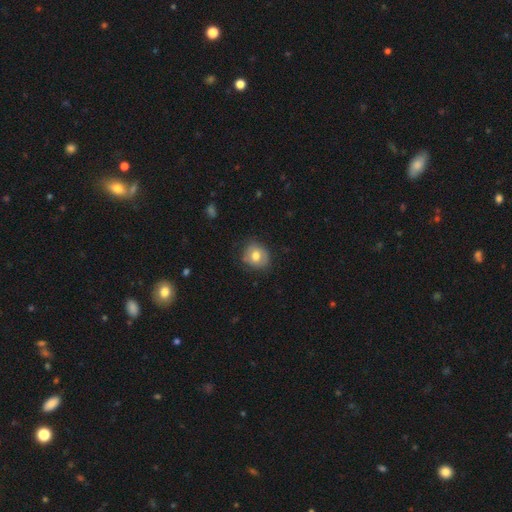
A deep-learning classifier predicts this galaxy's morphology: smooth 71%, featured or disk 21%, star or artifact 9%. Down the decision tree: how rounded — round (74%); merging — none (76%).